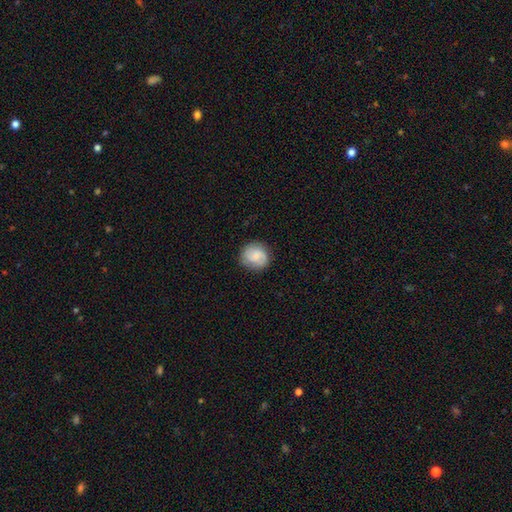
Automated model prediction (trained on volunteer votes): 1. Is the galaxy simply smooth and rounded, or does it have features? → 61% smooth, 31% featured or disk, 8% star or artifact.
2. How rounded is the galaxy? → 83% round, 16% in between, 1% cigar-shaped.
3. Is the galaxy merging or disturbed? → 81% none, 14% minor disturbance, 4% major disturbance, 1% merger.